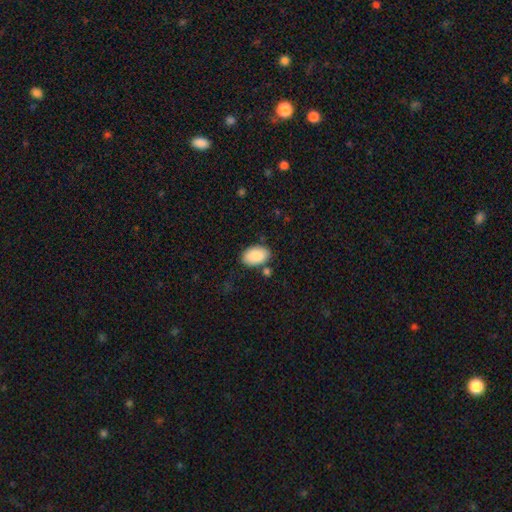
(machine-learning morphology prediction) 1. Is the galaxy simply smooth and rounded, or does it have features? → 89% smooth, 6% star or artifact, 5% featured or disk.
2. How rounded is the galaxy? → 92% in between, 7% round, 1% cigar-shaped.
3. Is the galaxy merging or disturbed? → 76% none, 14% minor disturbance, 6% merger, 3% major disturbance.